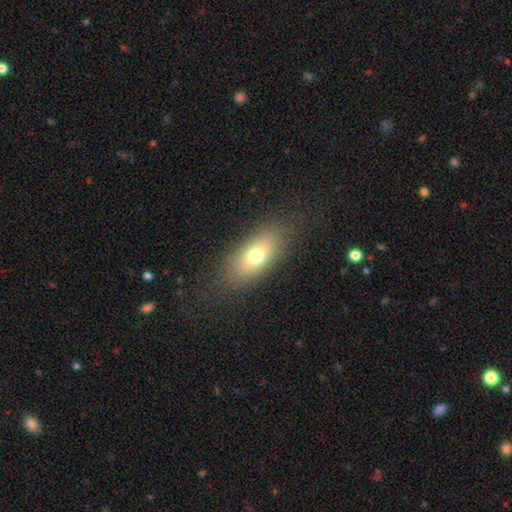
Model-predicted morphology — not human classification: smooth-or-featured: smooth: 71% | featured or disk: 19% | star or artifact: 10%
  how-rounded: in between: 82% | cigar-shaped: 12% | round: 6%
  merging: none: 81% | minor disturbance: 12% | major disturbance: 6% | merger: 1%